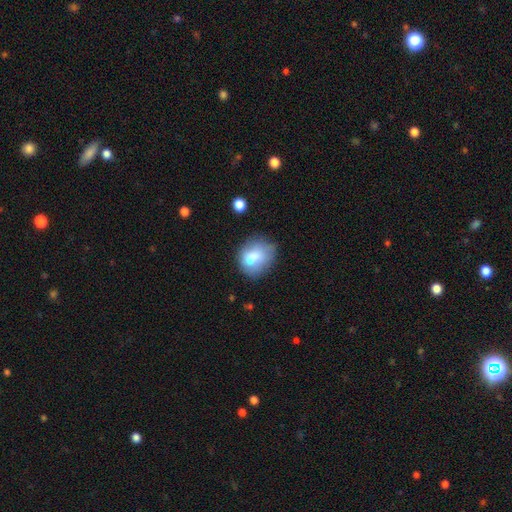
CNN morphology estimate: Smooth or featured?
  - smooth: 77% *
  - featured or disk: 15%
  - star or artifact: 9%
How rounded?
  - round: 54% *
  - in between: 45%
  - cigar-shaped: 1%
Merging?
  - none: 56% *
  - minor disturbance: 27%
  - major disturbance: 11%
  - merger: 6%